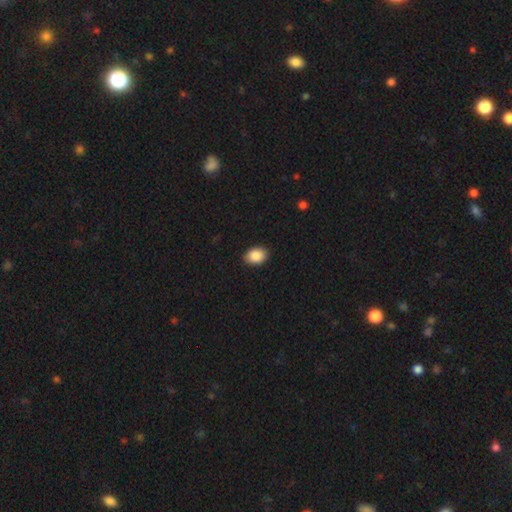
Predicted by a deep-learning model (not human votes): This appears to be a smooth galaxy with no disk features (89%) that is in between round and cigar-shaped (79%). Merging: none (90%).